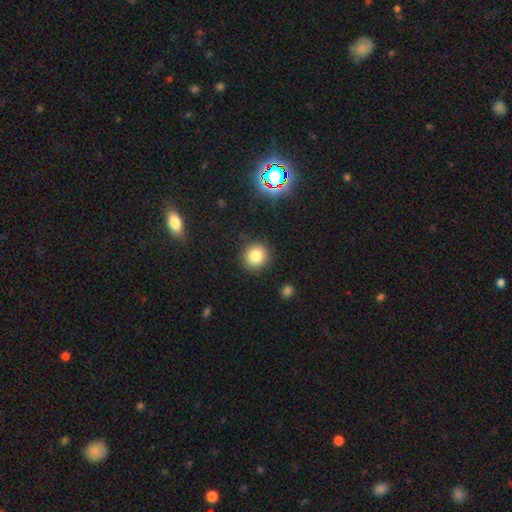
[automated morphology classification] This appears to be a smooth galaxy with no disk features (80%) that is round (90%). Merging: none (89%).